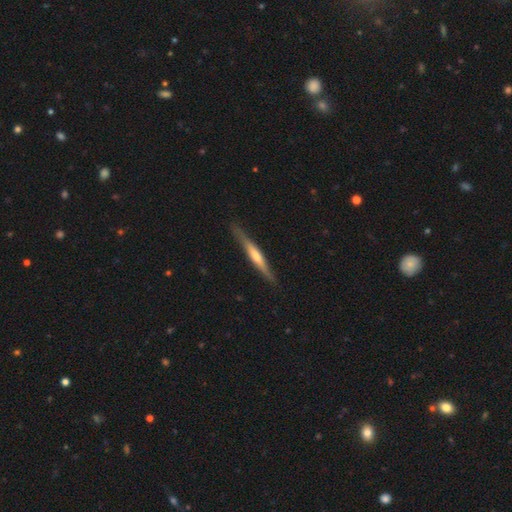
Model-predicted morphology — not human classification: type=featured or disk (67%); edge-on=yes (97%); edge-on bulge=rounded (62%); merging=none (86%).